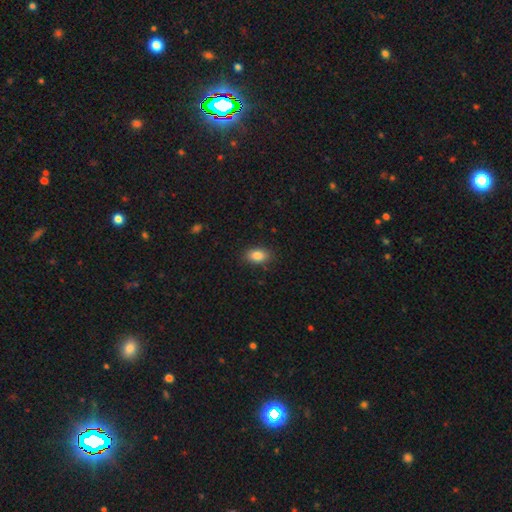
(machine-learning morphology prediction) Smooth or featured: smooth — 86% (star or artifact — 8%)
How rounded: in between — 88% (round — 10%)
Merging: none — 87% (minor disturbance — 10%)